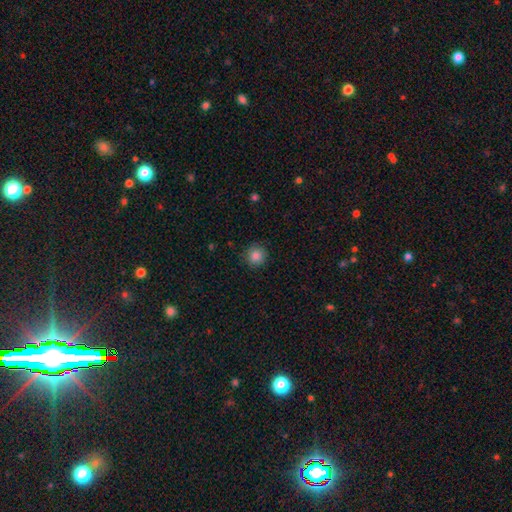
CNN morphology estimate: A smooth galaxy with no disk features (84%) that is round (94%). Merging: none (88%).